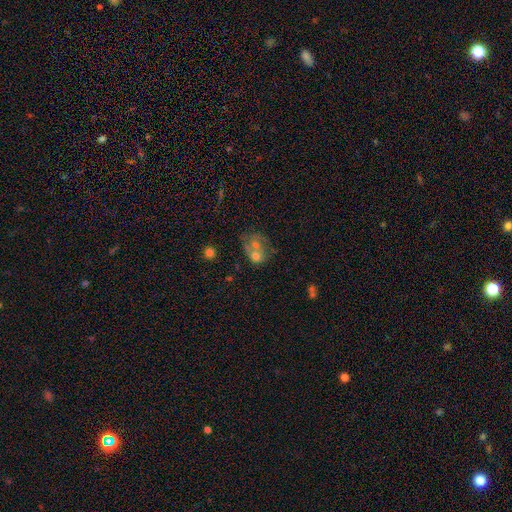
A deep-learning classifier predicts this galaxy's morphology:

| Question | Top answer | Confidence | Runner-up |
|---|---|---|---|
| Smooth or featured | smooth | 48% | featured or disk (41%) |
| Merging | merger | 59% | none (21%) |